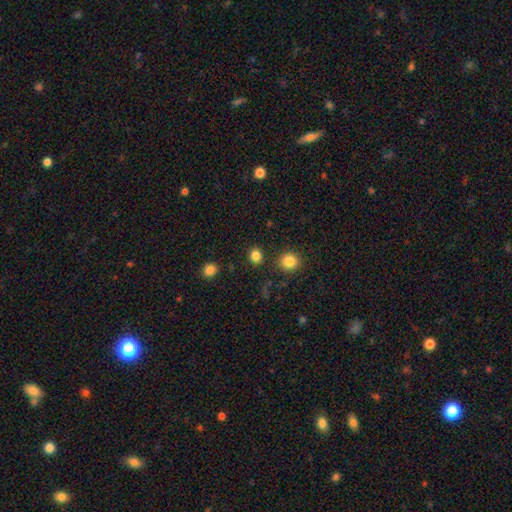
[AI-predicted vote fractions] This appears to be a smooth galaxy with no disk features (84%) that is round (71%). Merging: none (86%).